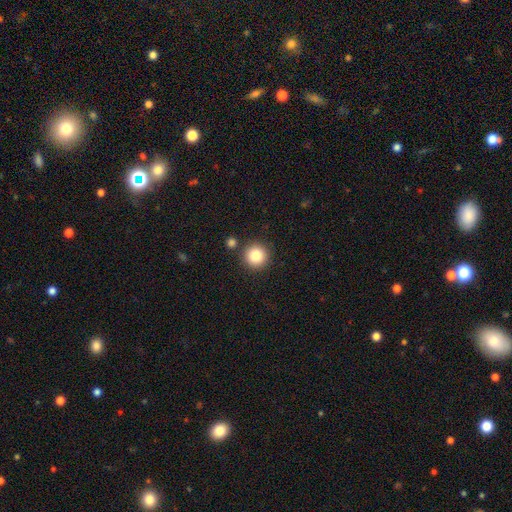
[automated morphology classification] Smooth or featured? smooth (83%)
How rounded? round (95%)
Merging? none (86%)